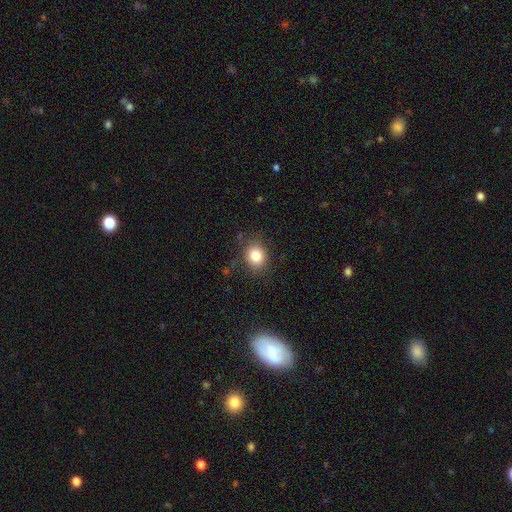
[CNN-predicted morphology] Q: Smooth or featured?
A: smooth (82%); runner-up: star or artifact (11%)
Q: How rounded?
A: round (65%); runner-up: in between (34%)
Q: Merging?
A: none (82%); runner-up: minor disturbance (13%)